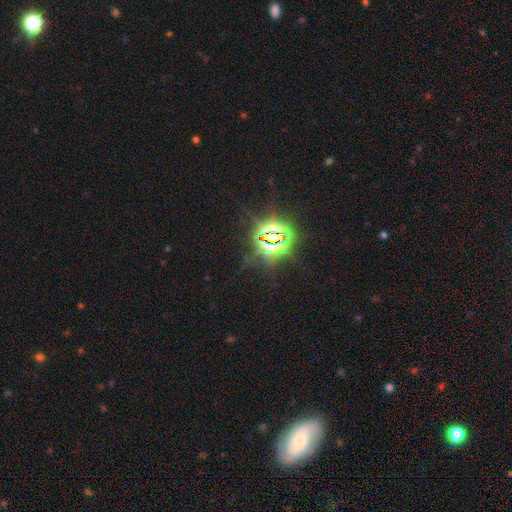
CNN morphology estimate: Smooth or featured: star or artifact — 82% (smooth — 10%)